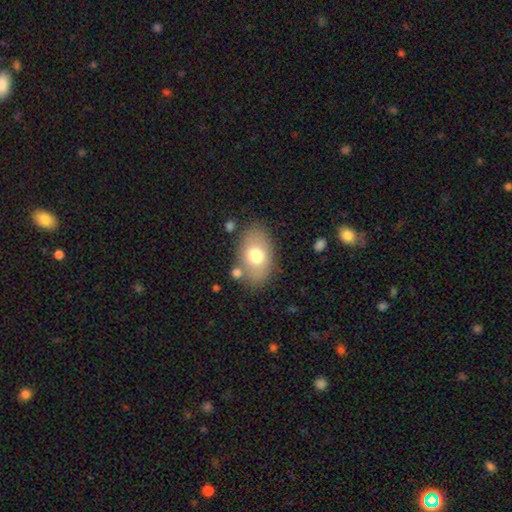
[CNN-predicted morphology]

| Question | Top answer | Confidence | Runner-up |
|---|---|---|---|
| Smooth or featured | smooth | 70% | featured or disk (22%) |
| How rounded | in between | 85% | round (14%) |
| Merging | none | 76% | minor disturbance (14%) |